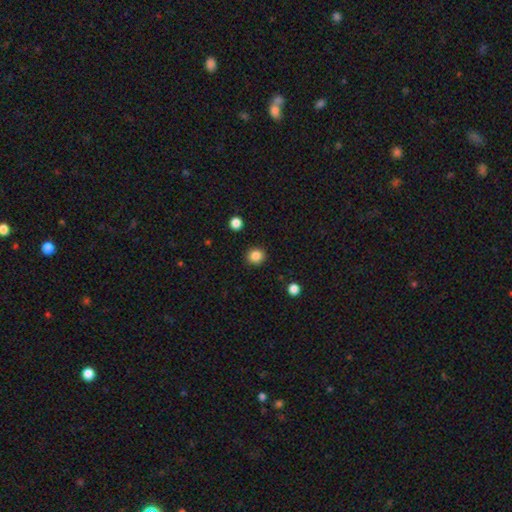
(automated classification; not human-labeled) Morphology: type=smooth (86%); roundness=round (89%); merging=none (91%).